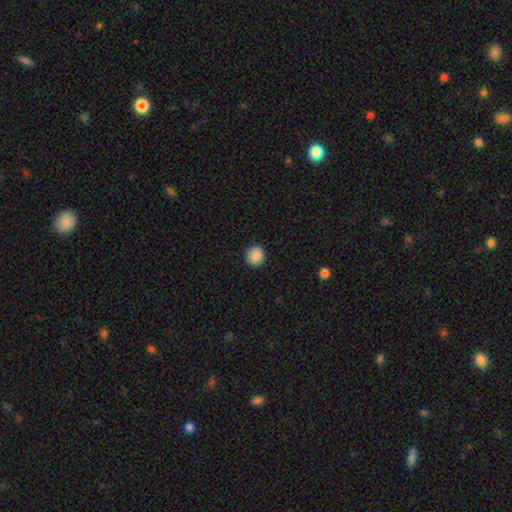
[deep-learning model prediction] smooth_or_featured: smooth (p=0.89) [alt: star or artifact p=0.09]
how_rounded: round (p=0.90) [alt: in between p=0.09]
merging: none (p=0.92) [alt: minor disturbance p=0.06]